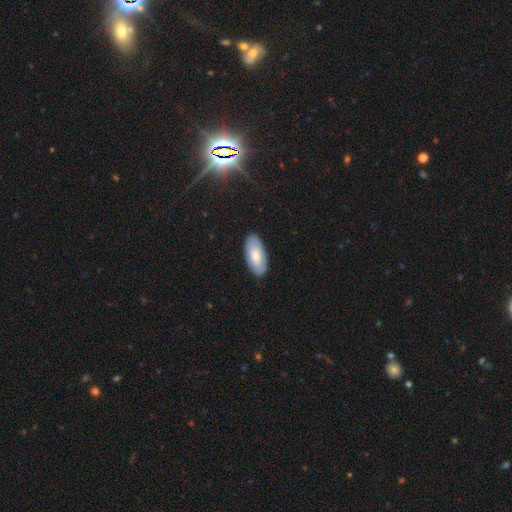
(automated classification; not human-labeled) A smooth galaxy with no disk features (75%) that is in between round and cigar-shaped (92%). Merging: none (86%).